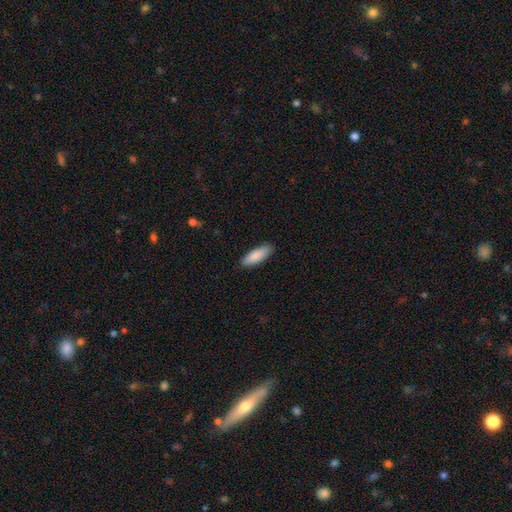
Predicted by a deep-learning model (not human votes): This is clearly a smooth galaxy (87%). How rounded: likely in between (61%). Merging: clearly none (88%).